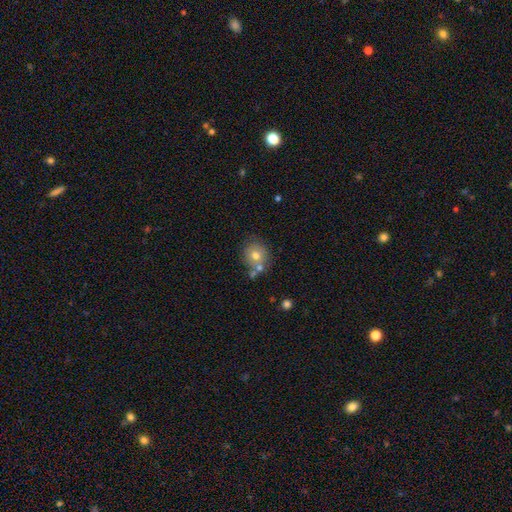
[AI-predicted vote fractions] This appears to be a smooth galaxy with no disk features (71%) that is round (79%). Merging: none (58%).